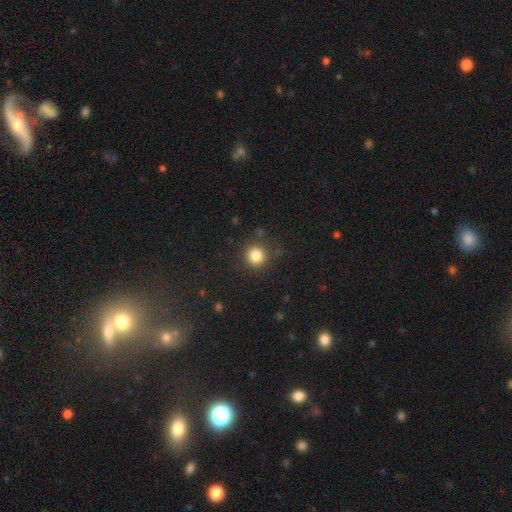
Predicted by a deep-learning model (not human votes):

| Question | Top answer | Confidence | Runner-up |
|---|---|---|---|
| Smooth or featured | smooth | 83% | star or artifact (12%) |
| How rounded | round | 91% | in between (8%) |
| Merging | none | 87% | minor disturbance (8%) |